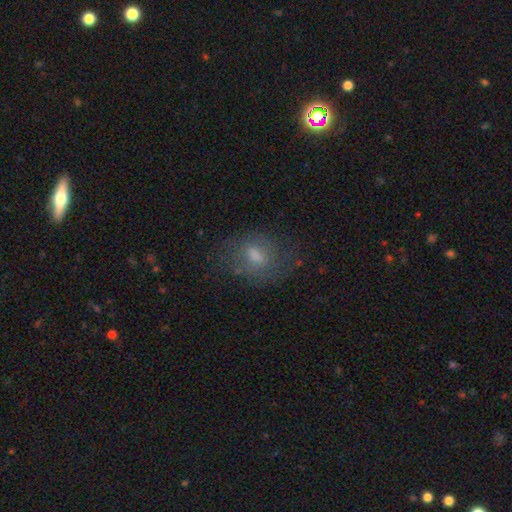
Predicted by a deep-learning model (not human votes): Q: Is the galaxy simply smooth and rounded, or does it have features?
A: smooth — 53%.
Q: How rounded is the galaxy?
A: in between — 71%.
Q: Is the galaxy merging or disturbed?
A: none — 59%.